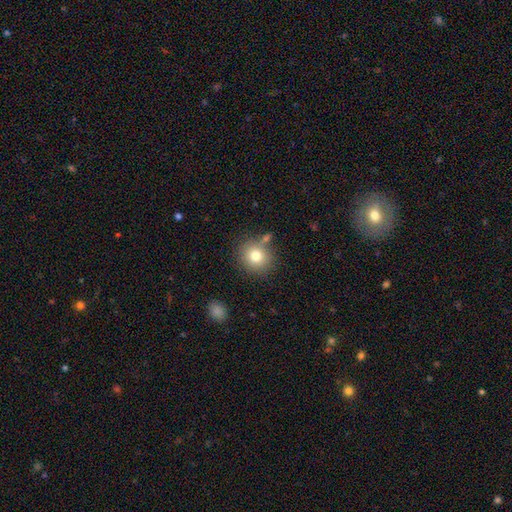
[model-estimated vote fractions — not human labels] smooth-or-featured: smooth: 79% | star or artifact: 11% | featured or disk: 10%
  how-rounded: round: 87% | in between: 12% | cigar-shaped: 1%
  merging: none: 75% | minor disturbance: 12% | merger: 9% | major disturbance: 4%